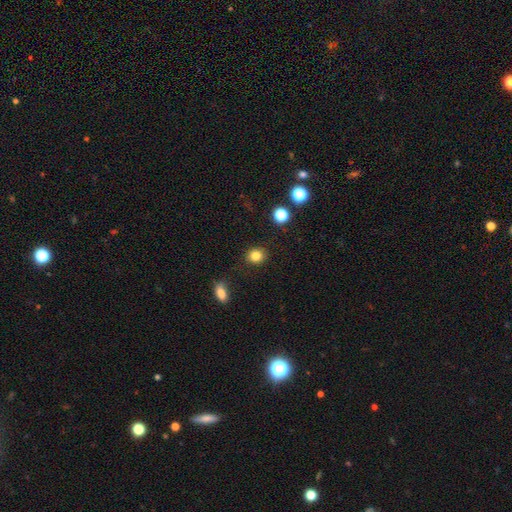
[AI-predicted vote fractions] This is clearly a smooth galaxy (83%). How rounded: likely round (77%). Merging: clearly none (88%).